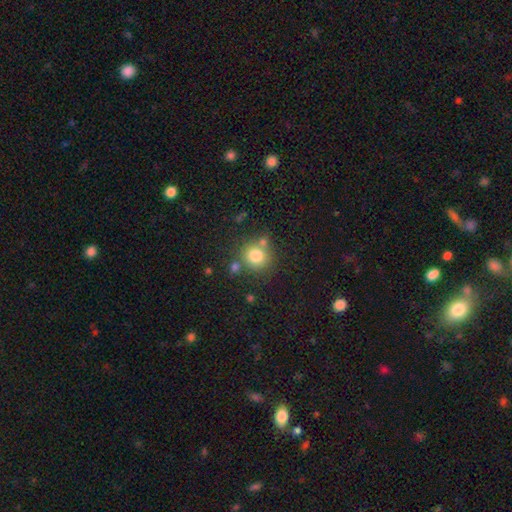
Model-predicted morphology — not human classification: The model was most divided on "merging": none: 68%, merger: 17%, minor disturbance: 11%, major disturbance: 4%. More confident: how rounded — round (89%); smooth or featured — smooth (79%).